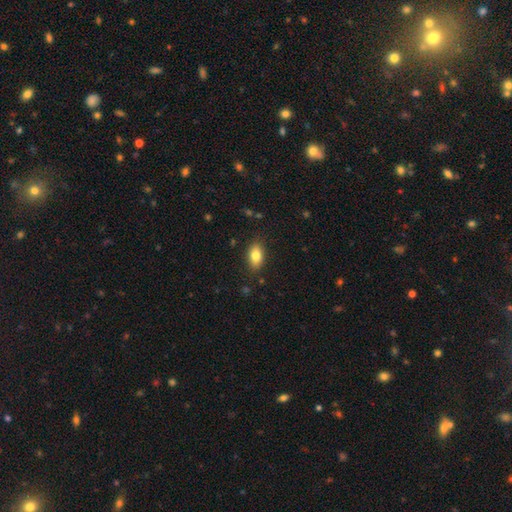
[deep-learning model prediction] The model was most divided on "smooth or featured": smooth: 83%, featured or disk: 10%, star or artifact: 8%. More confident: how rounded — in between (89%); merging — none (85%).